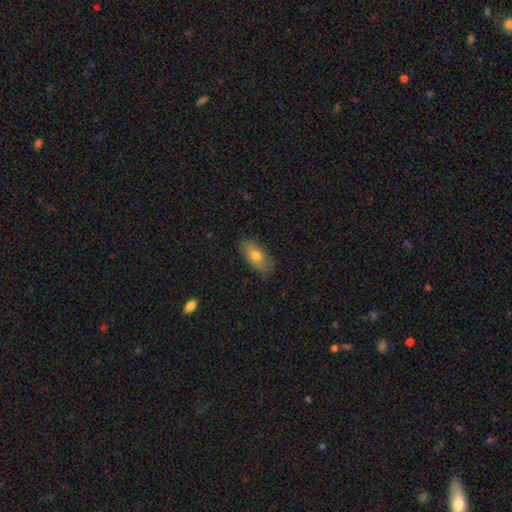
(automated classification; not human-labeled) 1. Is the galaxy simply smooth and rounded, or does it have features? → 76% smooth, 17% featured or disk, 7% star or artifact.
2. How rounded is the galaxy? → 89% in between, 7% cigar-shaped, 5% round.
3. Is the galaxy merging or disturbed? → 82% none, 14% minor disturbance, 3% major disturbance, 1% merger.